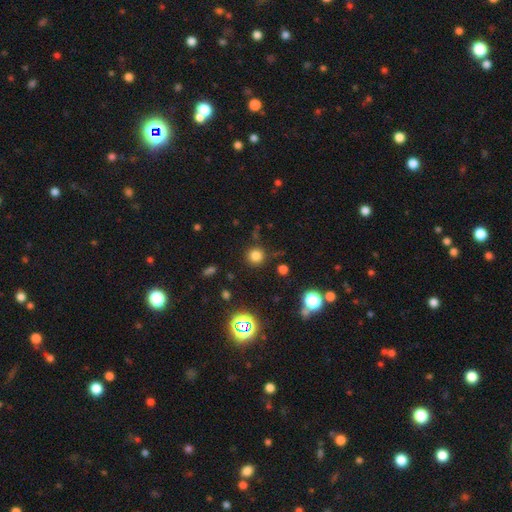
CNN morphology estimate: type=smooth (76%); roundness=round (94%); merging=none (85%).